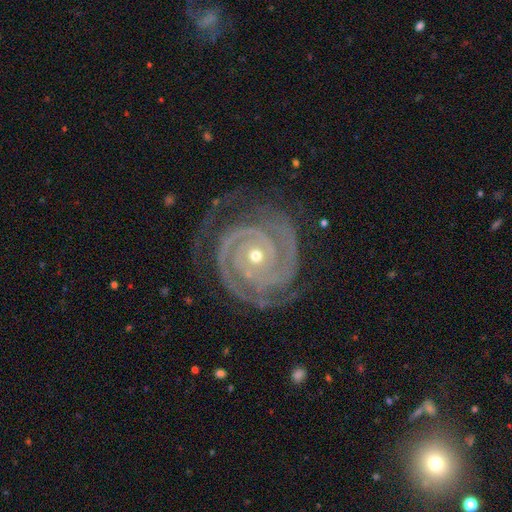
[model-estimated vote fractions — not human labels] A featured or disk galaxy (94%) with no bar (72%), 2 (62%) tight (88%) spiral arms (99%) and a small central bulge (58%). Merging: none (77%).